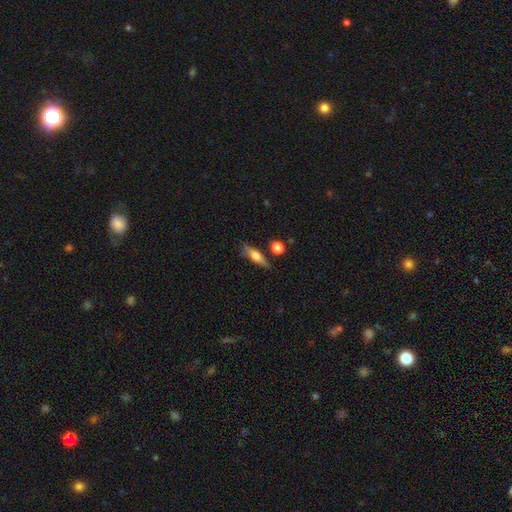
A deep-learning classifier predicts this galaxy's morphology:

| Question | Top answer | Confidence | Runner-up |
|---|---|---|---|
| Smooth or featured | smooth | 50% | featured or disk (42%) |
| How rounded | cigar-shaped | 52% | in between (42%) |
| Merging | none | 72% | minor disturbance (16%) |